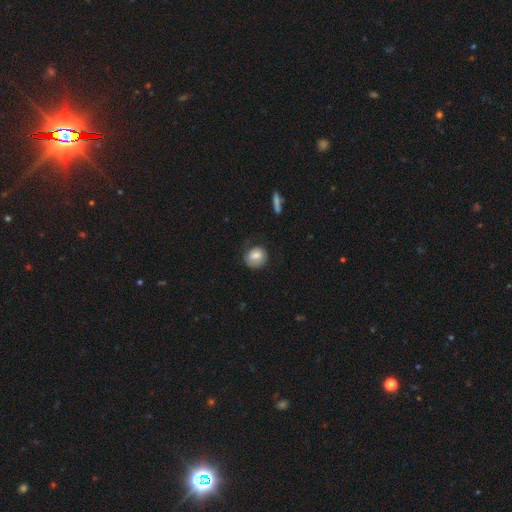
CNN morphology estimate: smooth_or_featured: smooth (p=0.77) [alt: featured or disk p=0.16]
how_rounded: round (p=0.71) [alt: in between p=0.28]
merging: none (p=0.67) [alt: minor disturbance p=0.23]